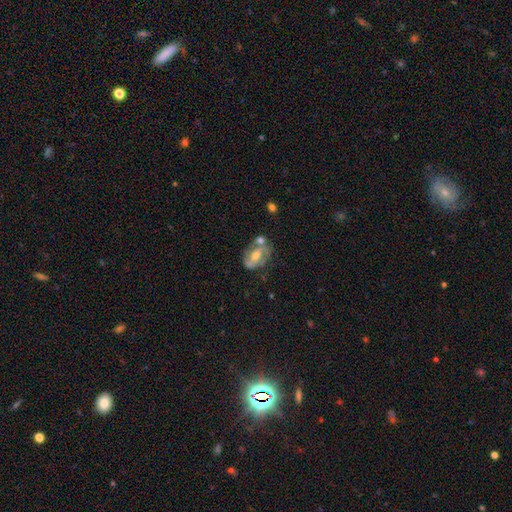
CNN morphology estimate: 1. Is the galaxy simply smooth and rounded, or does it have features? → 65% featured or disk, 26% smooth, 9% star or artifact.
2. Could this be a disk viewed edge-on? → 95% no, 5% yes.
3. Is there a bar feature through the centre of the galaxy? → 47% no, 37% weak, 17% strong.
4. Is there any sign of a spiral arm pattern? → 66% yes, 34% no.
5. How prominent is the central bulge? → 67% moderate, 20% small, 10% large, 2% none, 1% dominant.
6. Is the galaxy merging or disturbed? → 55% none, 20% minor disturbance, 17% merger, 9% major disturbance.